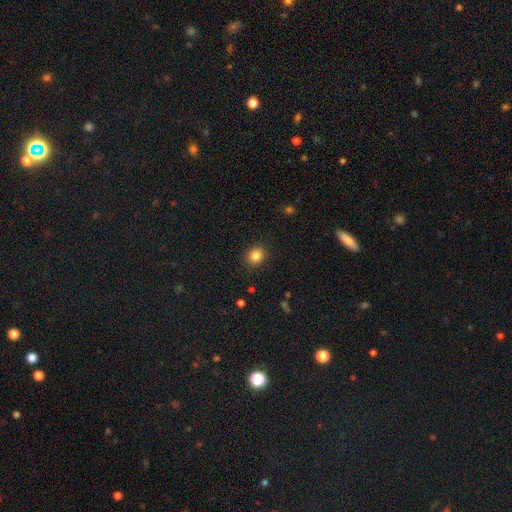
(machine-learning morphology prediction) smooth_or_featured: smooth (p=0.84) [alt: star or artifact p=0.11]
how_rounded: round (p=0.81) [alt: in between p=0.18]
merging: none (p=0.90) [alt: minor disturbance p=0.07]